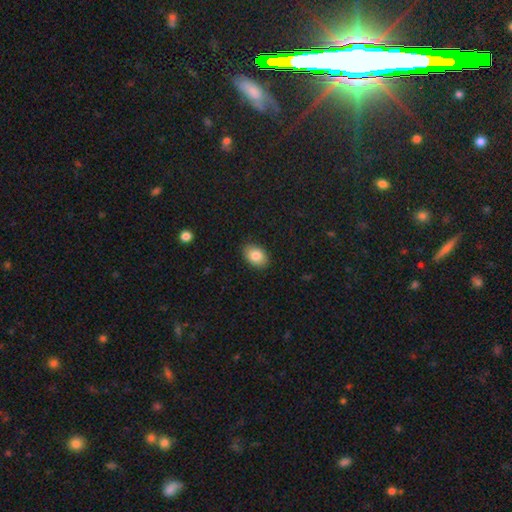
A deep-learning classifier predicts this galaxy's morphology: This appears to be a smooth galaxy with no disk features (84%) that is in between round and cigar-shaped (84%). Merging: none (87%).